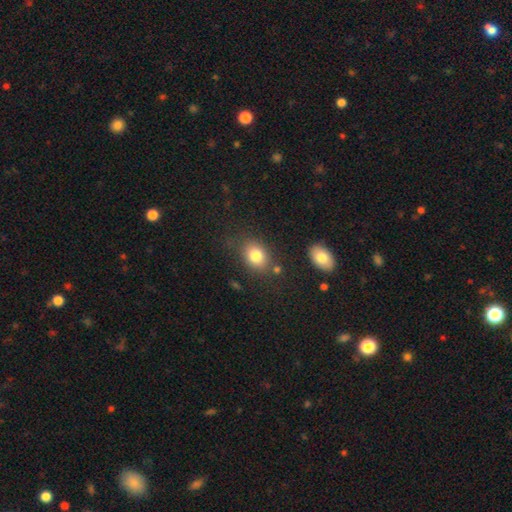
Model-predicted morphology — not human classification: Smooth or featured?
  - smooth: 81% *
  - star or artifact: 10%
  - featured or disk: 9%
How rounded?
  - in between: 58% *
  - round: 41%
  - cigar-shaped: 1%
Merging?
  - none: 75% *
  - minor disturbance: 14%
  - merger: 6%
  - major disturbance: 5%